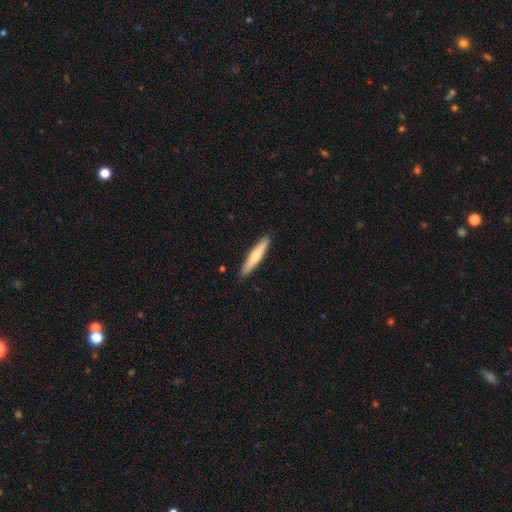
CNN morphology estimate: Smooth or featured: smooth — 56% (featured or disk — 39%)
How rounded: cigar-shaped — 90% (in between — 9%)
Merging: none — 90% (minor disturbance — 7%)